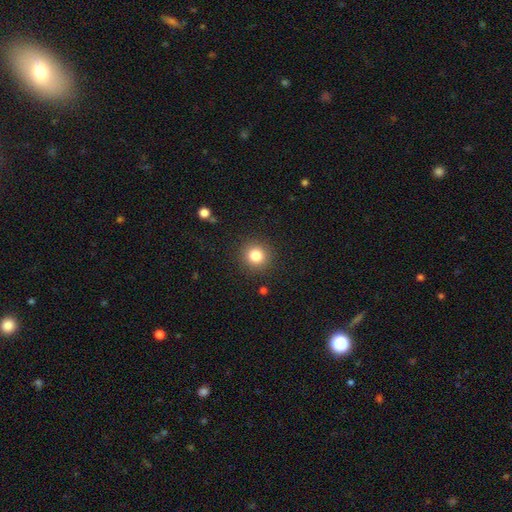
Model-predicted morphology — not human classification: Q: Smooth or featured?
A: smooth (82%); runner-up: star or artifact (12%)
Q: How rounded?
A: round (92%); runner-up: in between (7%)
Q: Merging?
A: none (90%); runner-up: minor disturbance (6%)